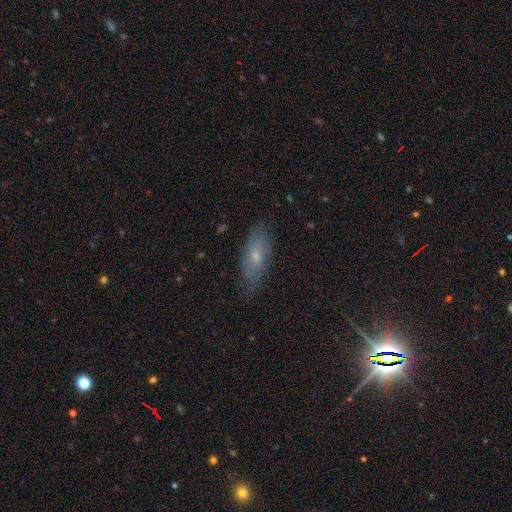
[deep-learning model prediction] smooth 54%, featured or disk 37%, star or artifact 8%. Down the decision tree: how rounded — in between (72%); merging — none (74%).